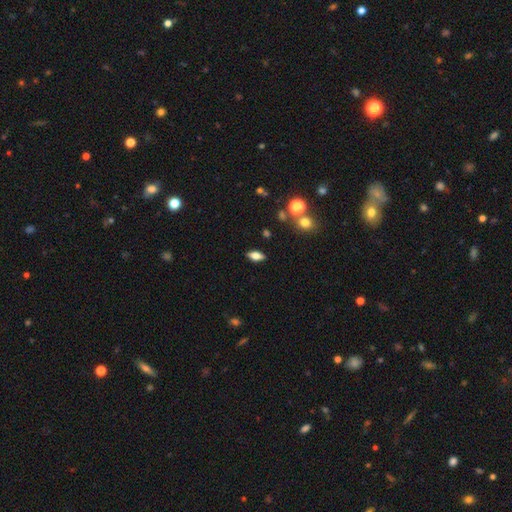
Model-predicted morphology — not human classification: Smooth or featured?
  - smooth: 69% *
  - featured or disk: 21%
  - star or artifact: 10%
How rounded?
  - in between: 82% *
  - cigar-shaped: 12%
  - round: 6%
Merging?
  - none: 86% *
  - minor disturbance: 9%
  - merger: 2%
  - major disturbance: 2%